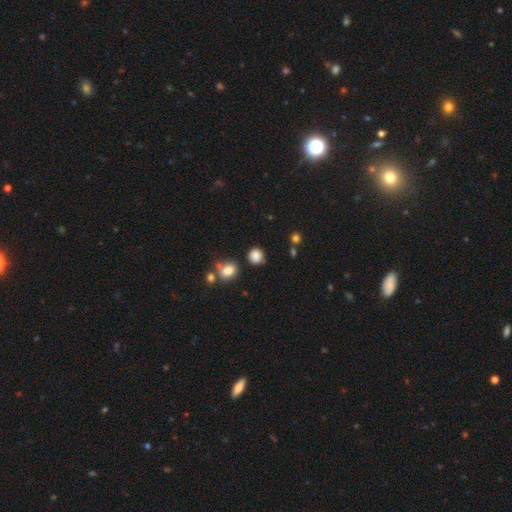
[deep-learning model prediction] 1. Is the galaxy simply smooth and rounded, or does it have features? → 82% smooth, 12% star or artifact, 6% featured or disk.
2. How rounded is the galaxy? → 85% round, 14% in between, 1% cigar-shaped.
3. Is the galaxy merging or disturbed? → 72% none, 17% minor disturbance, 6% merger, 5% major disturbance.